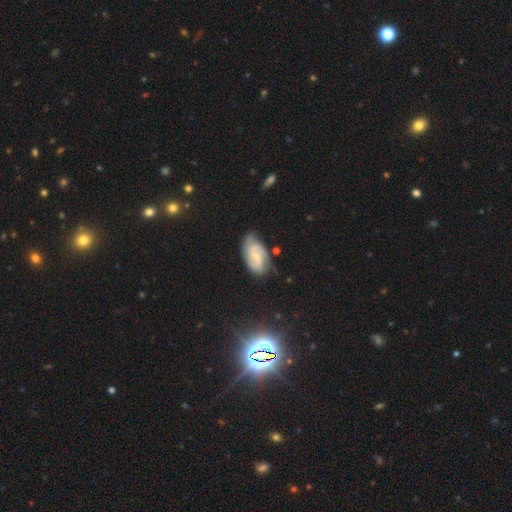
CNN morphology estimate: Q: Smooth or featured?
A: featured or disk (74%); runner-up: smooth (19%)
Q: Edge-on disk?
A: no (96%); runner-up: yes (4%)
Q: Bar?
A: no (46%); runner-up: weak (44%)
Q: Spiral arms?
A: yes (94%); runner-up: no (6%)
Q: Spiral winding?
A: tight (43%); tied with: medium (43%)
Q: Spiral arm count?
A: 2 (56%); runner-up: can't tell (19%)
Q: Bulge size?
A: small (64%); runner-up: moderate (24%)
Q: Merging?
A: none (63%); runner-up: minor disturbance (26%)